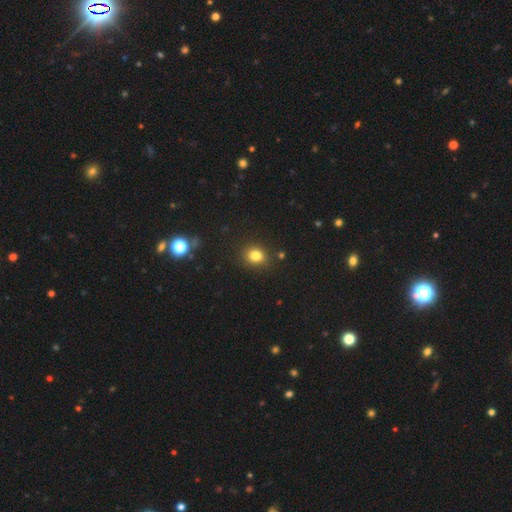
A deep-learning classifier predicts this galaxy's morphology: smooth-or-featured: smooth: 82% | star or artifact: 13% | featured or disk: 6%
  how-rounded: round: 68% | in between: 31% | cigar-shaped: 1%
  merging: none: 86% | minor disturbance: 9% | major disturbance: 3% | merger: 2%